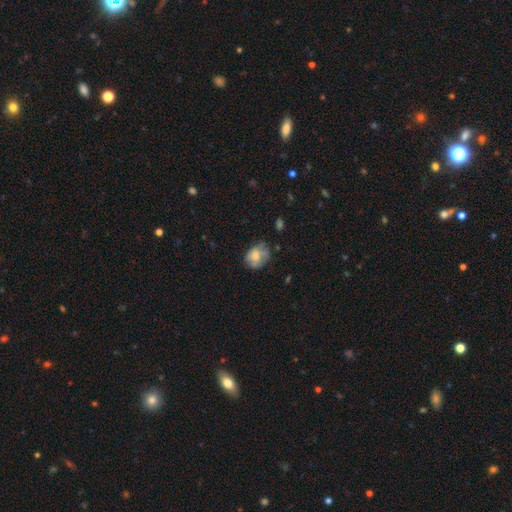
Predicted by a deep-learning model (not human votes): Smooth or featured: smooth — 60% (featured or disk — 30%)
How rounded: in between — 57% (round — 42%)
Merging: none — 49% (minor disturbance — 31%)